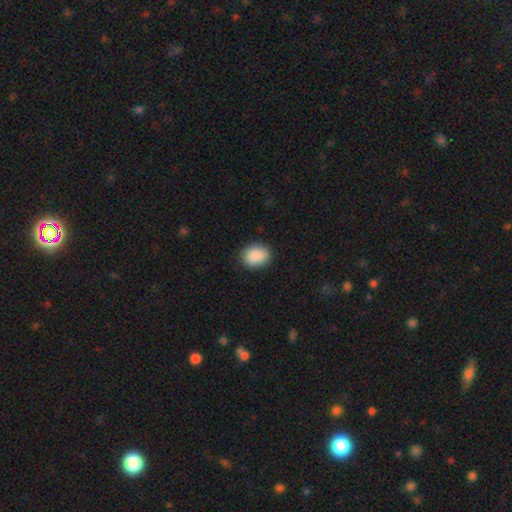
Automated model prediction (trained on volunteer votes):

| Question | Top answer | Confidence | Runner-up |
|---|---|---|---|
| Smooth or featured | smooth | 89% | star or artifact (7%) |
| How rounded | round | 52% | in between (47%) |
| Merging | none | 88% | minor disturbance (8%) |